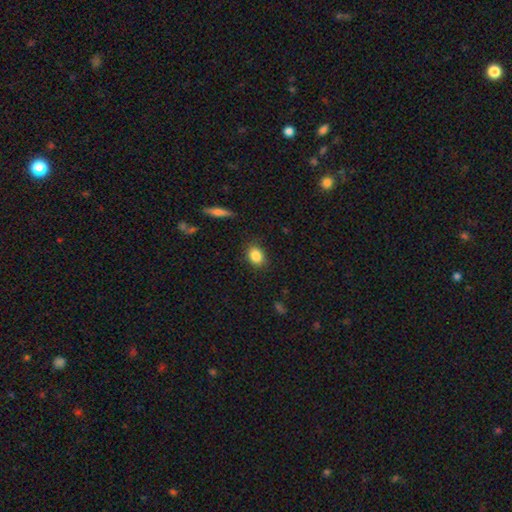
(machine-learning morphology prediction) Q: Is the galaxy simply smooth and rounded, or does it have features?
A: smooth — 85%.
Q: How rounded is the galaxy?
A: in between — 60%.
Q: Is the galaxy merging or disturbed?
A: none — 86%.